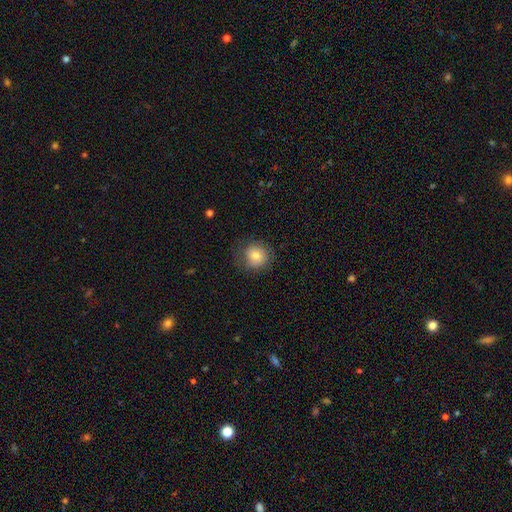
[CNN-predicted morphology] Smooth or featured: smooth — 76% (featured or disk — 15%)
How rounded: round — 87% (in between — 12%)
Merging: none — 75% (minor disturbance — 17%)